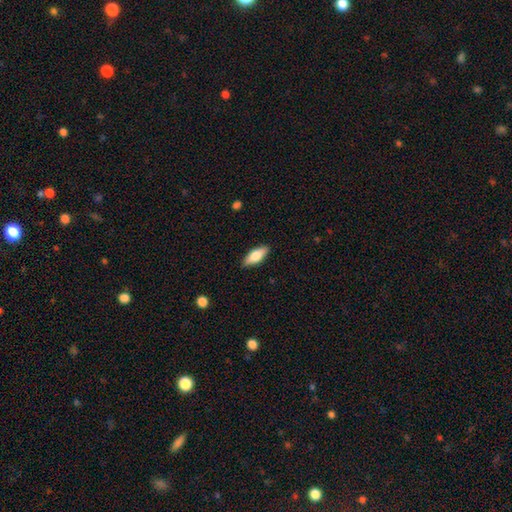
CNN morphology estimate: A smooth galaxy with no disk features (71%) that is in between round and cigar-shaped (71%). Merging: none (88%).